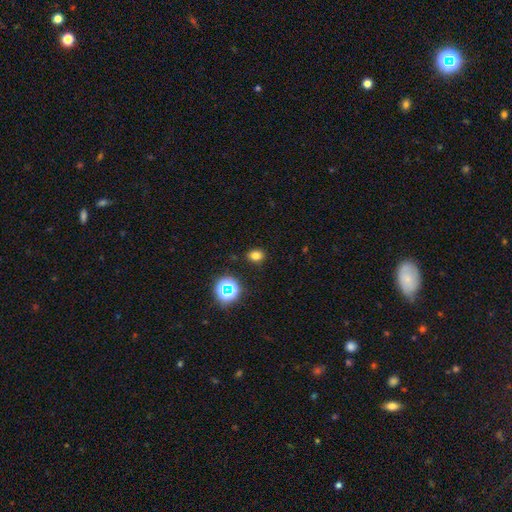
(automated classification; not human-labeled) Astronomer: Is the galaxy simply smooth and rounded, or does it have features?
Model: smooth — 75%.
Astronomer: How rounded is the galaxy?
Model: in between — 54% (runner-up: round, 45%).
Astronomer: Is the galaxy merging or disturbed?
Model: none — 86%.